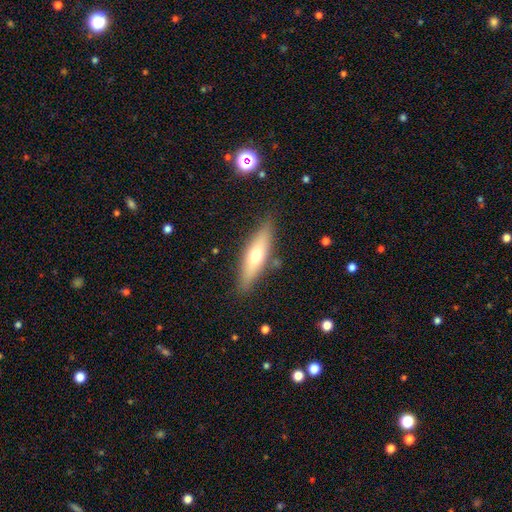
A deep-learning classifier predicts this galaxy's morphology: smooth-or-featured: smooth: 52% | featured or disk: 41% | star or artifact: 7%
  how-rounded: cigar-shaped: 65% | in between: 33% | round: 2%
  merging: none: 83% | minor disturbance: 11% | major disturbance: 3% | merger: 2%